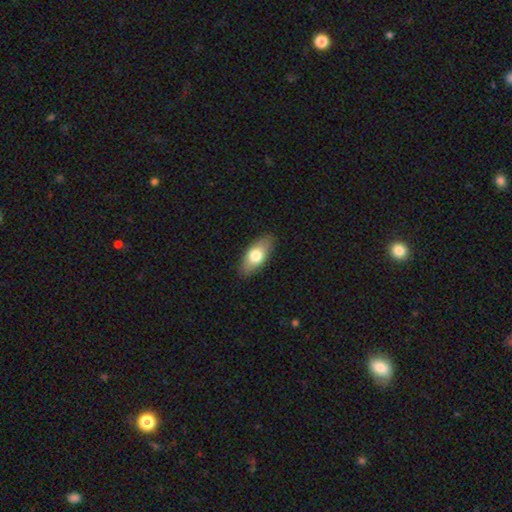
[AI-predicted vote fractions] Smooth or featured?
  - smooth: 70% *
  - featured or disk: 24%
  - star or artifact: 6%
How rounded?
  - in between: 83% *
  - cigar-shaped: 13%
  - round: 4%
Merging?
  - none: 87% *
  - minor disturbance: 9%
  - major disturbance: 2%
  - merger: 1%